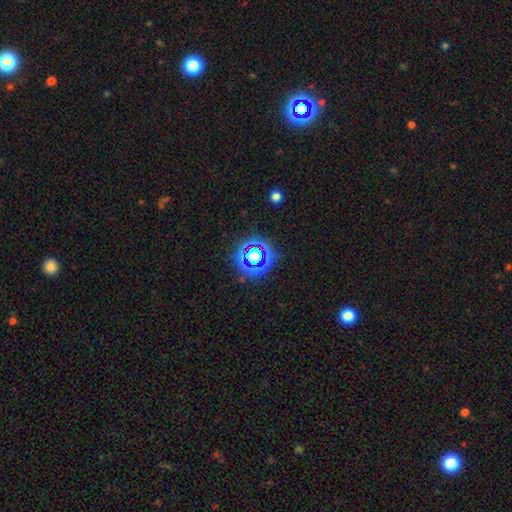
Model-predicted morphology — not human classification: Smooth or featured? star or artifact (71%)